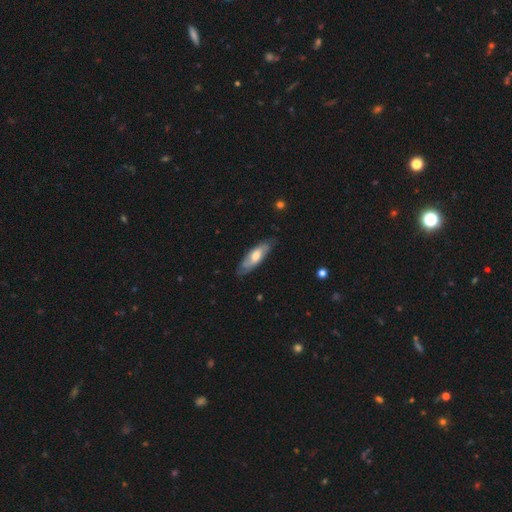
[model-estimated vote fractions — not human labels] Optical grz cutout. It shows a smooth galaxy with no disk features (50%). Merging: none (76%).